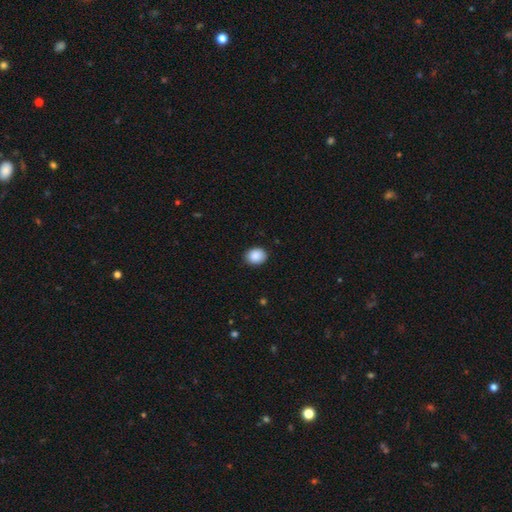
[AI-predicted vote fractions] A smooth galaxy with no disk features (89%) that is in between round and cigar-shaped (51%). Merging: none (88%).